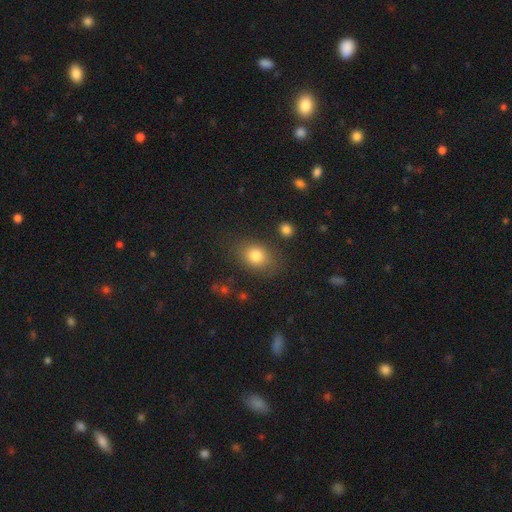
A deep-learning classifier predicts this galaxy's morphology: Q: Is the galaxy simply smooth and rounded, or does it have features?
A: smooth — 81%.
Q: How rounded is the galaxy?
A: in between — 64%.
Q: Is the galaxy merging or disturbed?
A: none — 78%.